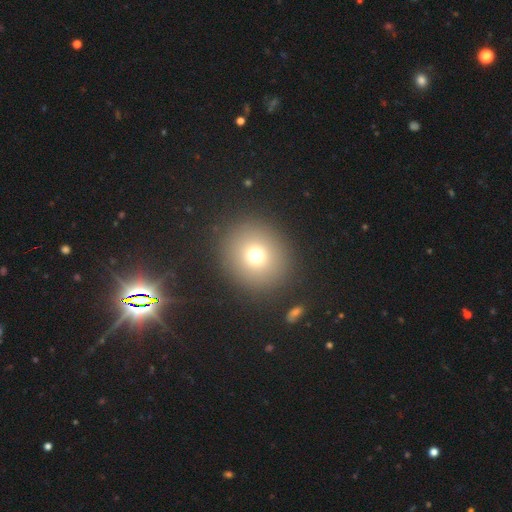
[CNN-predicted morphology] type=smooth (72%); roundness=round (88%); merging=none (88%).